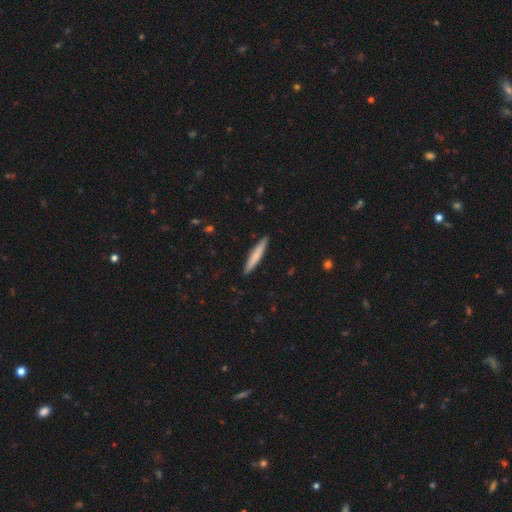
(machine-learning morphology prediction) Overall: smooth (71%). How rounded: cigar-shaped (94%). Merging: none (91%).